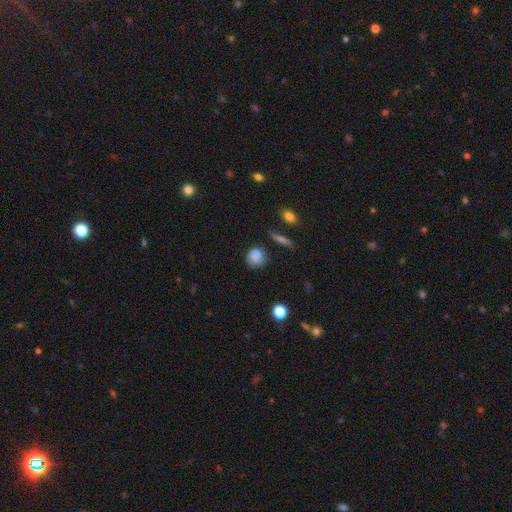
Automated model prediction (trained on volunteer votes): A smooth galaxy with no disk features (74%) that is round (79%).

Vote fractions:
- Smooth or featured? smooth: 74% / featured or disk: 16% / star or artifact: 10%
- How rounded? round: 79% / in between: 19% / cigar-shaped: 2%
- Merging? none: 68% / minor disturbance: 21% / major disturbance: 7% / merger: 4%